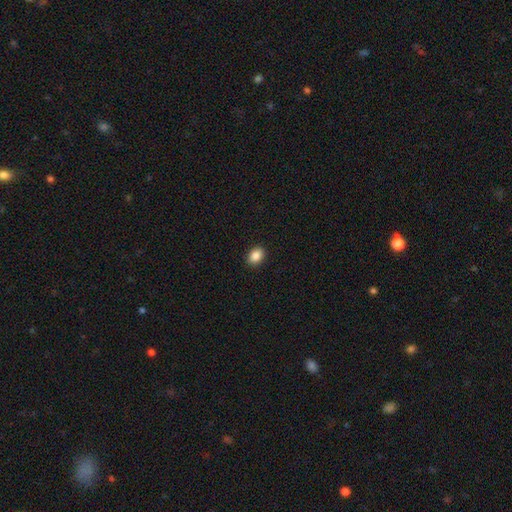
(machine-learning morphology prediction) Smooth or featured?
  - smooth: 88% *
  - star or artifact: 9%
  - featured or disk: 4%
How rounded?
  - in between: 72% *
  - round: 27%
  - cigar-shaped: 1%
Merging?
  - none: 91% *
  - minor disturbance: 6%
  - major disturbance: 2%
  - merger: 1%